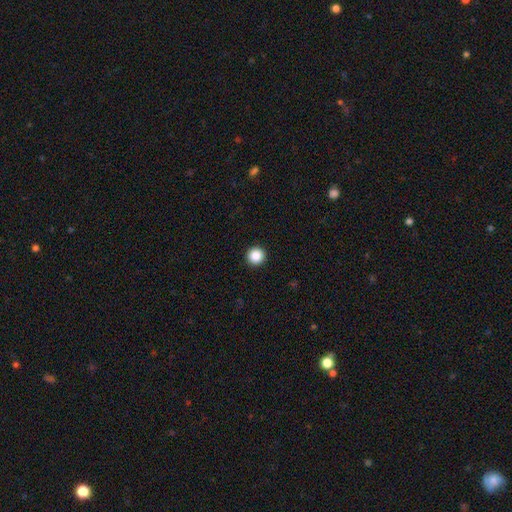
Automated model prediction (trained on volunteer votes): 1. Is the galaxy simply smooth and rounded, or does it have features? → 87% smooth, 10% star or artifact, 3% featured or disk.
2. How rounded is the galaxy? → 96% round, 3% in between, 1% cigar-shaped.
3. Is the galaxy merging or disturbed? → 94% none, 4% minor disturbance, 1% major disturbance, 1% merger.